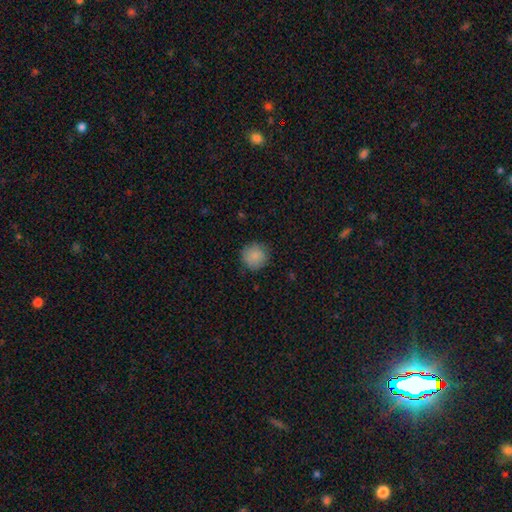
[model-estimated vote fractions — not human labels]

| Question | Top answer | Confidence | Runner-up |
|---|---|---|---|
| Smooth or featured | smooth | 86% | star or artifact (8%) |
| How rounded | round | 93% | in between (6%) |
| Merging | none | 85% | minor disturbance (11%) |